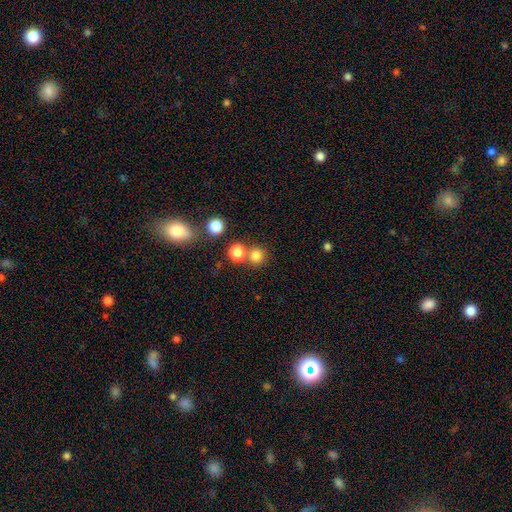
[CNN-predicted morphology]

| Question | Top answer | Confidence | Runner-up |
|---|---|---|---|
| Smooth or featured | smooth | 78% | star or artifact (16%) |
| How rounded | round | 92% | in between (7%) |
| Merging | none | 68% | merger (23%) |